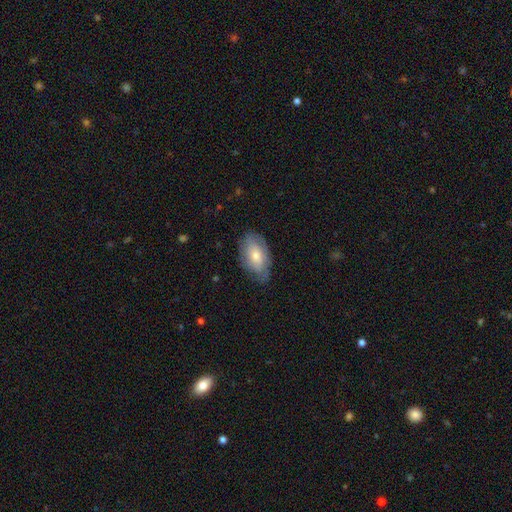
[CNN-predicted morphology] This is possibly a smooth galaxy (52%). How rounded: clearly in between (91%). Merging: likely none (67%).